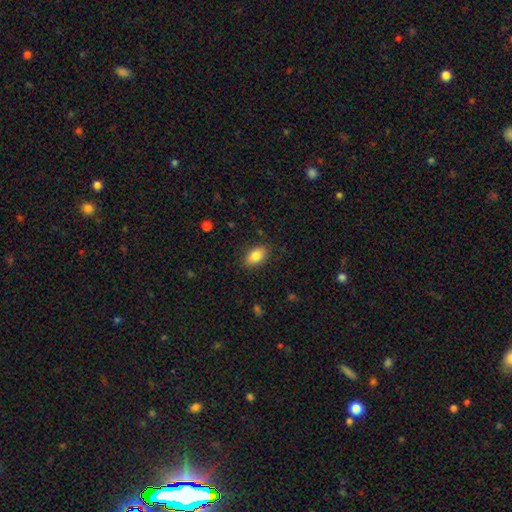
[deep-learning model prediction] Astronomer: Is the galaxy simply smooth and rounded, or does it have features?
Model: smooth — 85%.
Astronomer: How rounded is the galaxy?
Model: in between — 89%.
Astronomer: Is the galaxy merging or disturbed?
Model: none — 85%.